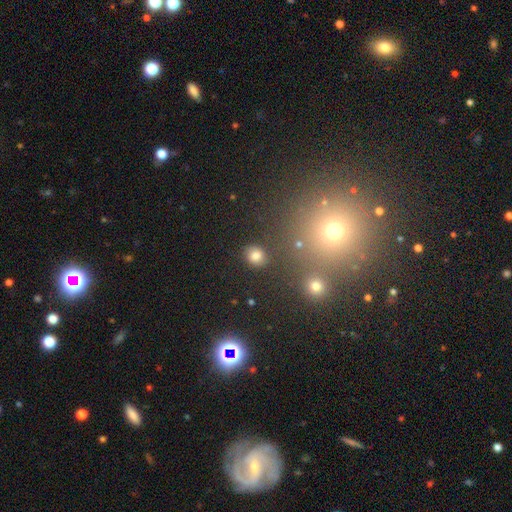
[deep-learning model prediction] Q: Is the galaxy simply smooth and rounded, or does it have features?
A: smooth — 79%.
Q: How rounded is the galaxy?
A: round — 67%.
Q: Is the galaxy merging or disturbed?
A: none — 84%.